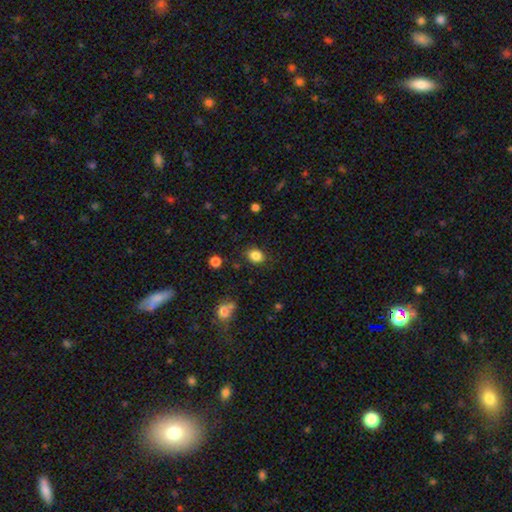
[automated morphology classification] smooth_or_featured: smooth (p=0.84) [alt: star or artifact p=0.10]
how_rounded: in between (p=0.53) [alt: round p=0.46]
merging: none (p=0.83) [alt: minor disturbance p=0.12]